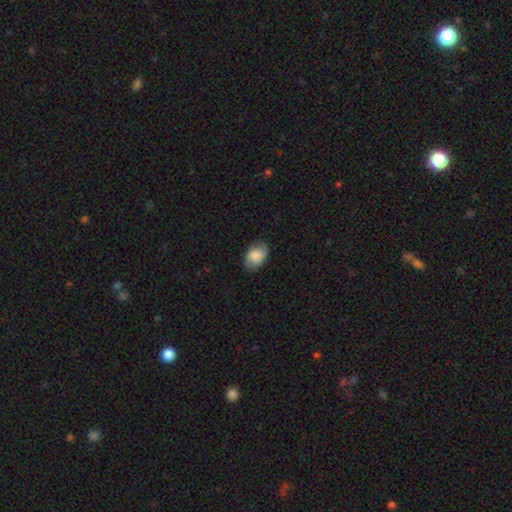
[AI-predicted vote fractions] The model was most divided on "merging": none: 79%, minor disturbance: 16%, major disturbance: 3%, merger: 1%. More confident: how rounded — in between (83%); smooth or featured — smooth (80%).